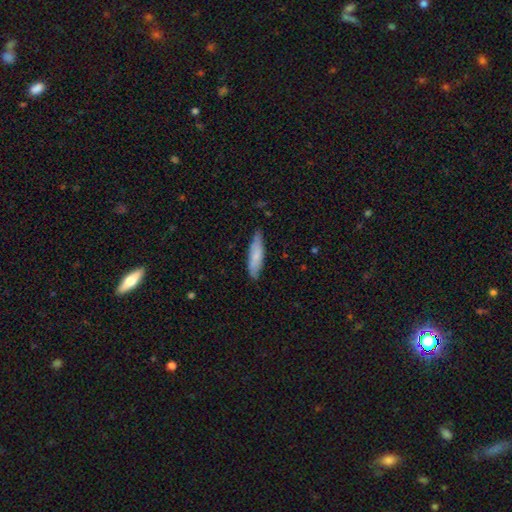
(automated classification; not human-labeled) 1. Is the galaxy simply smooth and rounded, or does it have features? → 74% smooth, 20% featured or disk, 6% star or artifact.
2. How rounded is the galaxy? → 64% cigar-shaped, 34% in between, 2% round.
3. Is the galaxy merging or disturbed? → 75% none, 20% minor disturbance, 3% major disturbance, 1% merger.